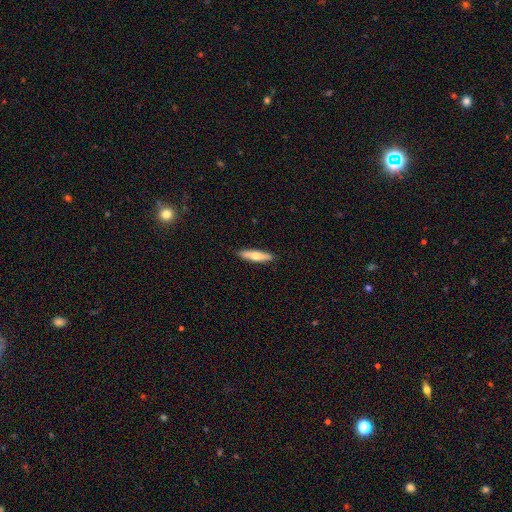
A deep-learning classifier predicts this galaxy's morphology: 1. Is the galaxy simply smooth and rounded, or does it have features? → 60% smooth, 35% featured or disk, 5% star or artifact.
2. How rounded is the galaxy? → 82% cigar-shaped, 17% in between, 2% round.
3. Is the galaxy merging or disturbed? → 90% none, 8% minor disturbance, 2% major disturbance, 1% merger.